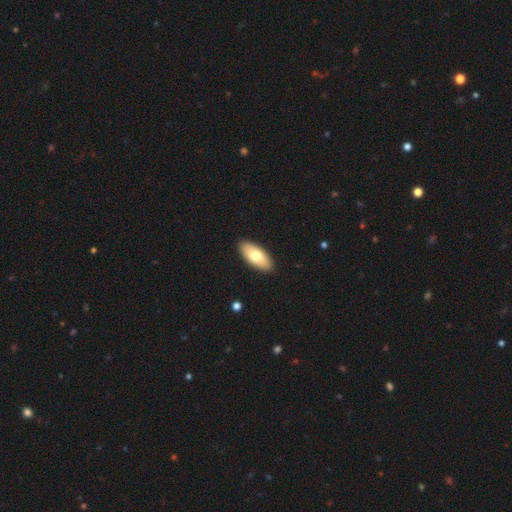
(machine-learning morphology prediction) type=smooth (75%); roundness=in between (89%); merging=none (90%).